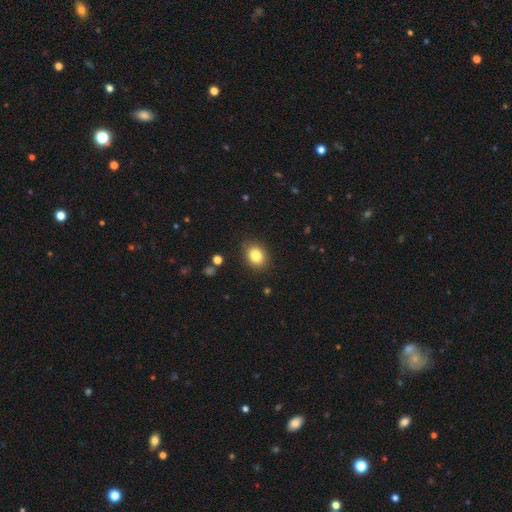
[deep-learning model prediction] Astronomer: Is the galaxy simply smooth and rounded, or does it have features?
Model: smooth — 84%.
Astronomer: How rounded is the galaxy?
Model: in between — 53% (runner-up: round, 46%).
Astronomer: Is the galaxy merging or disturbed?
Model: none — 86%.